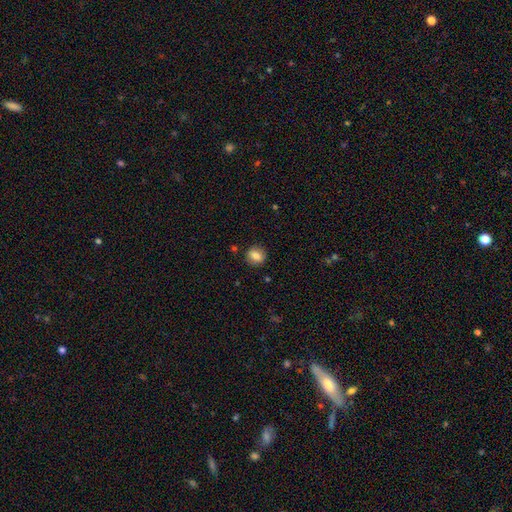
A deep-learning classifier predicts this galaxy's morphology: Smooth or featured? Predicted: smooth (p=0.80). How rounded? Predicted: round (p=0.72). Merging? Predicted: none (p=0.87).